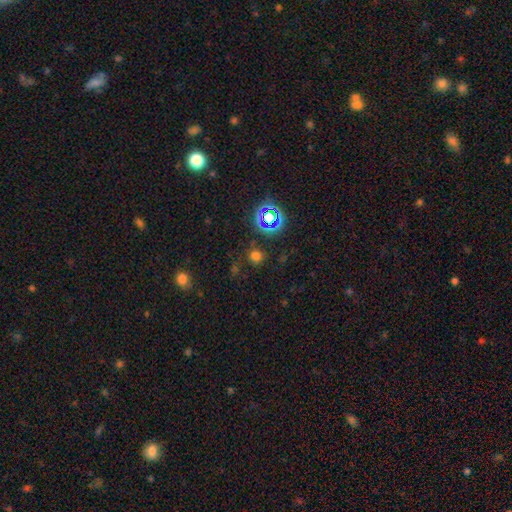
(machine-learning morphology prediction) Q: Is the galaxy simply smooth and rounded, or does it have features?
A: smooth — 64%.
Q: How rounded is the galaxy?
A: round — 90%.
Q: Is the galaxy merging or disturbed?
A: none — 82%.